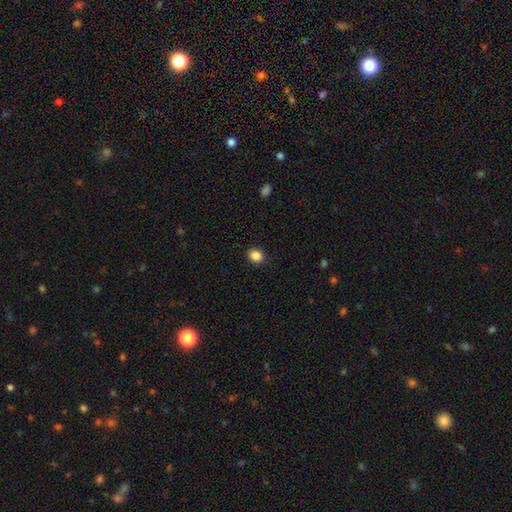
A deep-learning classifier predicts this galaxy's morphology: Smooth or featured?
  - smooth: 86% *
  - star or artifact: 10%
  - featured or disk: 3%
How rounded?
  - round: 63% *
  - in between: 36%
  - cigar-shaped: 1%
Merging?
  - none: 90% *
  - minor disturbance: 7%
  - major disturbance: 2%
  - merger: 1%